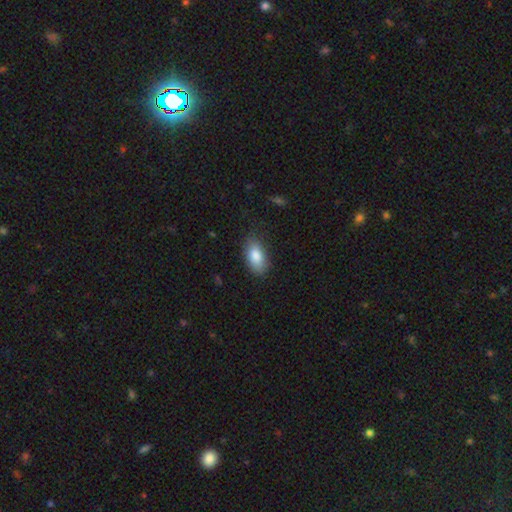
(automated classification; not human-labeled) Smooth or featured?
  - smooth: 85% *
  - featured or disk: 8%
  - star or artifact: 7%
How rounded?
  - in between: 92% *
  - cigar-shaped: 4%
  - round: 4%
Merging?
  - none: 77% *
  - minor disturbance: 18%
  - major disturbance: 4%
  - merger: 1%